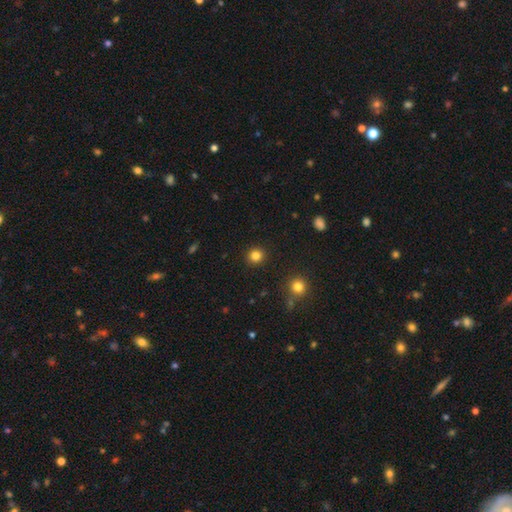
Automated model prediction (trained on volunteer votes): Q: Smooth or featured?
A: smooth (83%); runner-up: star or artifact (13%)
Q: How rounded?
A: round (90%); runner-up: in between (9%)
Q: Merging?
A: none (92%); runner-up: minor disturbance (5%)